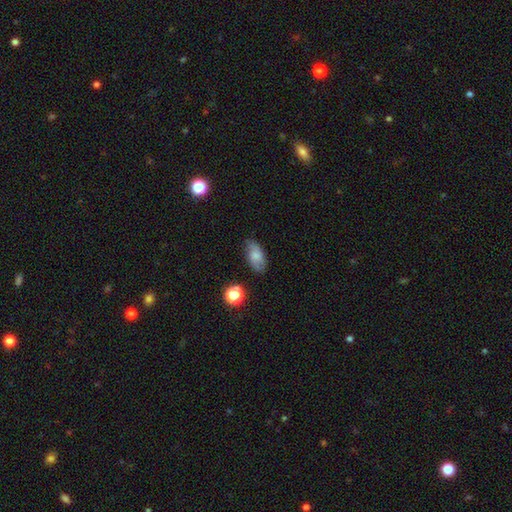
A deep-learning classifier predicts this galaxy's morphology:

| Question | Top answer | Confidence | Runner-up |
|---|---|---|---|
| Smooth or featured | smooth | 74% | featured or disk (17%) |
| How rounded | in between | 91% | round (5%) |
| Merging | none | 74% | minor disturbance (20%) |